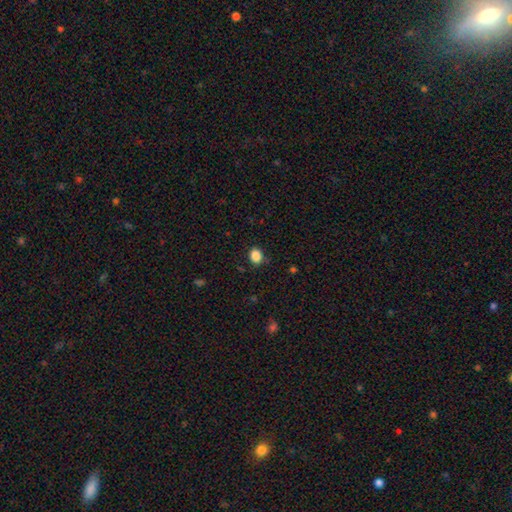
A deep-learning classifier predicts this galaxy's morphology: Smooth or featured?
  - smooth: 87% *
  - star or artifact: 10%
  - featured or disk: 3%
How rounded?
  - round: 50% *
  - in between: 49%
  - cigar-shaped: 1%
Merging?
  - none: 84% *
  - minor disturbance: 11%
  - major disturbance: 3%
  - merger: 1%